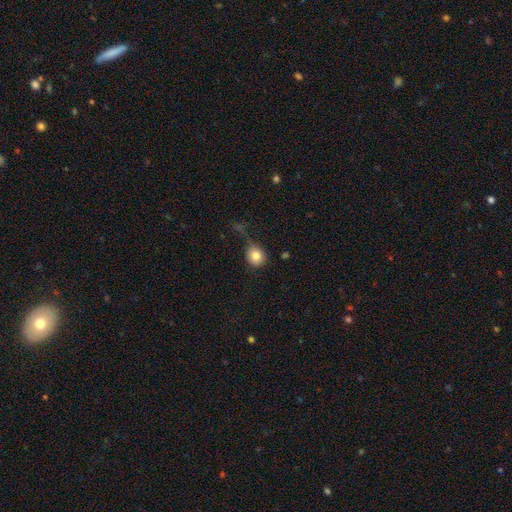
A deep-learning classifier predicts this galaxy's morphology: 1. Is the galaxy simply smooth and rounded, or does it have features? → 80% smooth, 10% featured or disk, 10% star or artifact.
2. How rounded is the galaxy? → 83% round, 16% in between, 1% cigar-shaped.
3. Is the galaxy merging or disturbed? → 51% none, 25% minor disturbance, 20% major disturbance, 4% merger.